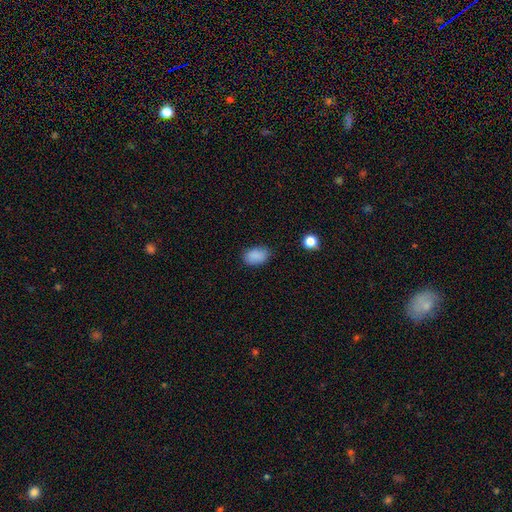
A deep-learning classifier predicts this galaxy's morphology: Smooth or featured: smooth — 87% (star or artifact — 9%)
How rounded: in between — 87% (round — 12%)
Merging: none — 78% (minor disturbance — 17%)